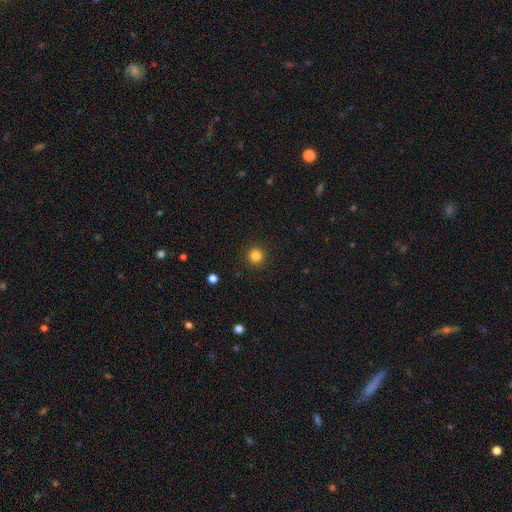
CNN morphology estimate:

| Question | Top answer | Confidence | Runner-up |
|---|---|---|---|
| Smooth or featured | smooth | 84% | star or artifact (12%) |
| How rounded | round | 96% | in between (3%) |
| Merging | none | 93% | minor disturbance (4%) |